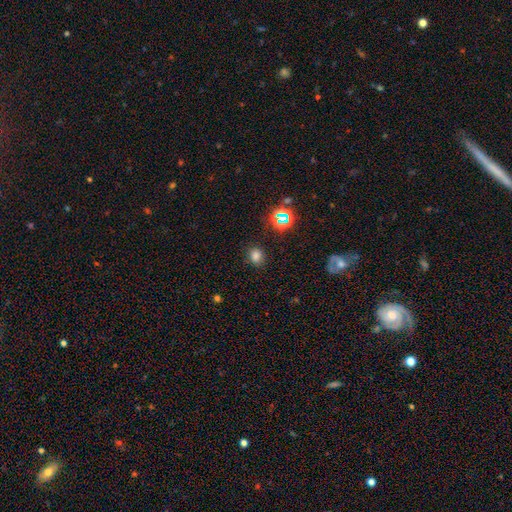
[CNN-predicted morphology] Smooth or featured? smooth (74%)
How rounded? round (60%)
Merging? none (85%)